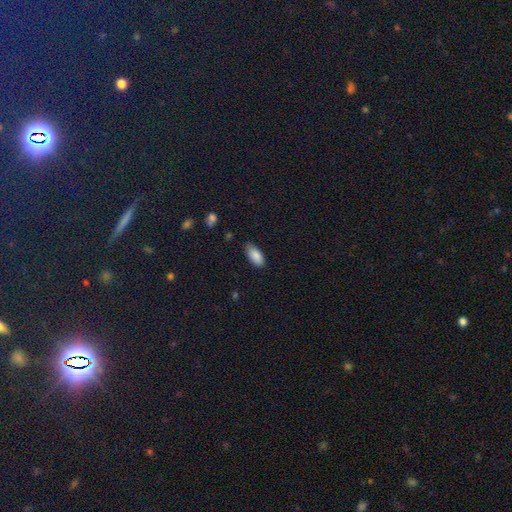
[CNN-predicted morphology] Smooth or featured: smooth — 87% (star or artifact — 7%)
How rounded: in between — 90% (cigar-shaped — 8%)
Merging: none — 73% (minor disturbance — 23%)